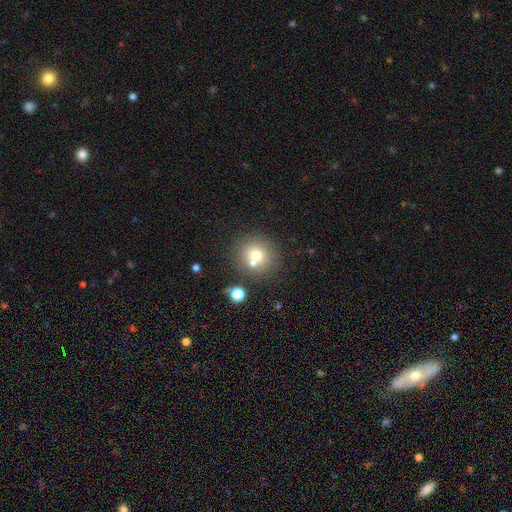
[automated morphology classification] A smooth galaxy with no disk features (69%) that is round (91%).

Vote fractions:
- Smooth or featured? smooth: 69% / featured or disk: 18% / star or artifact: 13%
- How rounded? round: 91% / in between: 8% / cigar-shaped: 1%
- Merging? none: 63% / merger: 25% / minor disturbance: 9% / major disturbance: 4%